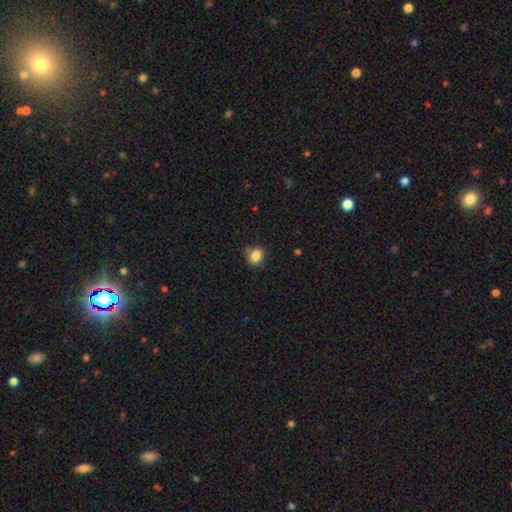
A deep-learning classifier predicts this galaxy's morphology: Q: Smooth or featured?
A: smooth (85%); runner-up: star or artifact (10%)
Q: How rounded?
A: round (52%); runner-up: in between (47%)
Q: Merging?
A: none (74%); runner-up: minor disturbance (16%)